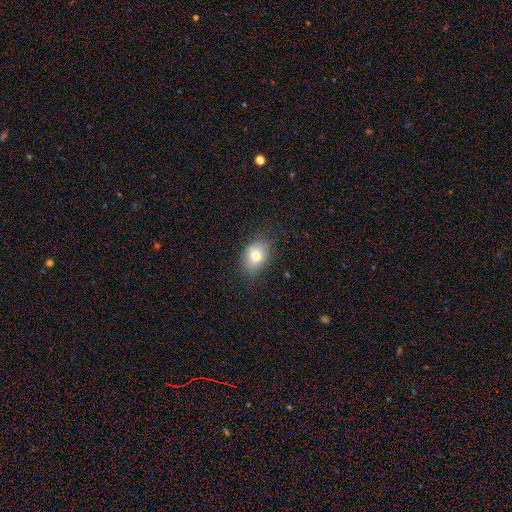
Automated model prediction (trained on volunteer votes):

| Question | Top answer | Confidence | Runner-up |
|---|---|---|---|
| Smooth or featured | smooth | 76% | featured or disk (13%) |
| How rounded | in between | 67% | round (32%) |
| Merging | none | 82% | minor disturbance (13%) |